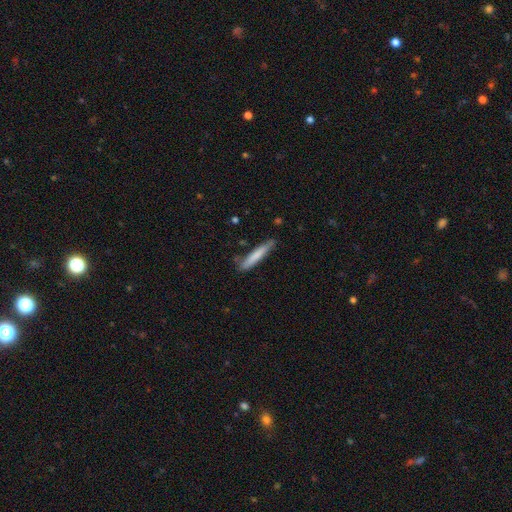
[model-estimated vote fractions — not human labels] Morphology: type=smooth (74%); roundness=cigar-shaped (94%); merging=none (78%).